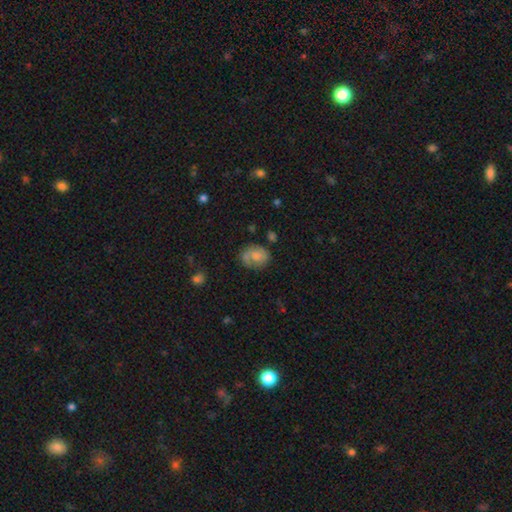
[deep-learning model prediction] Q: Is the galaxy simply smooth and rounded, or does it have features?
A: smooth — 58%.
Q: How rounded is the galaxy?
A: round — 53%.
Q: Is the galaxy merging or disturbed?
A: none — 54%.